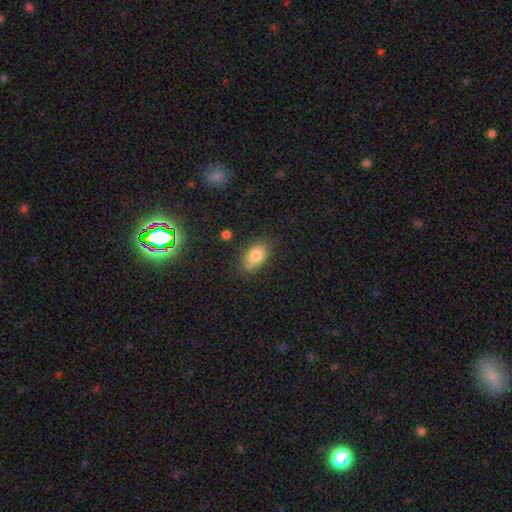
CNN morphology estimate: The model was most divided on "merging": none: 76%, minor disturbance: 18%, major disturbance: 4%, merger: 3%. More confident: how rounded — in between (89%); smooth or featured — smooth (82%).